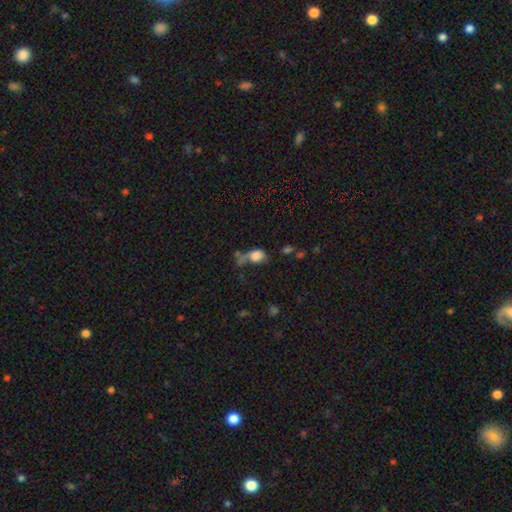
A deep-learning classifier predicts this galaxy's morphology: type=smooth (75%); roundness=in between (66%); merging=major disturbance (29%).